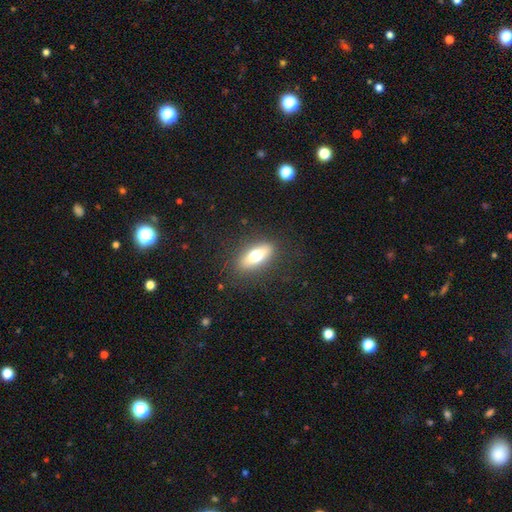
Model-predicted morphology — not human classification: The model was most divided on "smooth or featured": smooth: 65%, featured or disk: 28%, star or artifact: 8%. More confident: merging — none (86%); how rounded — in between (71%).